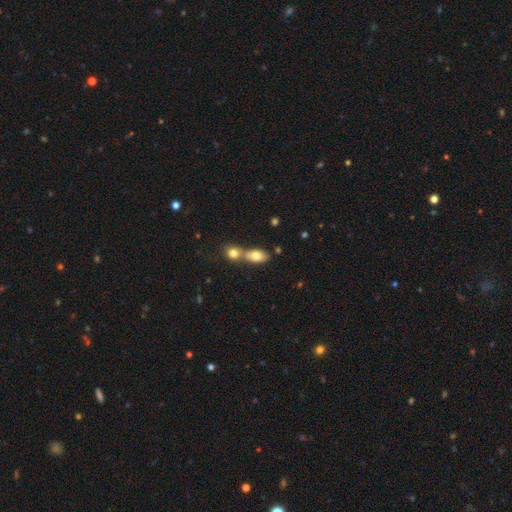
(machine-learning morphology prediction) This appears to be a smooth galaxy with no disk features (78%) that is in between round and cigar-shaped (83%). Merging: merger (57%).